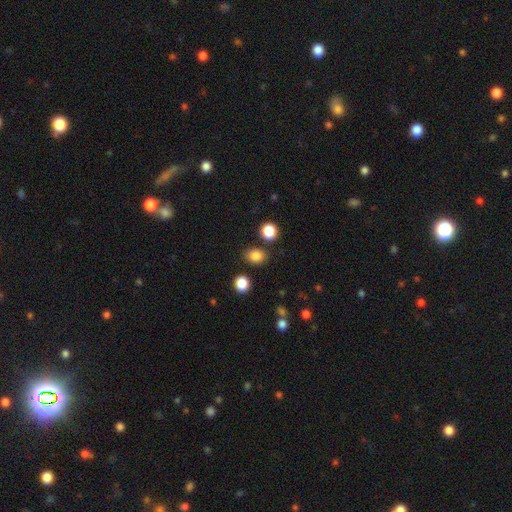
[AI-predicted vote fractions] smooth_or_featured: smooth (p=0.84) [alt: star or artifact p=0.12]
how_rounded: in between (p=0.51) [alt: round p=0.48]
merging: none (p=0.83) [alt: minor disturbance p=0.09]